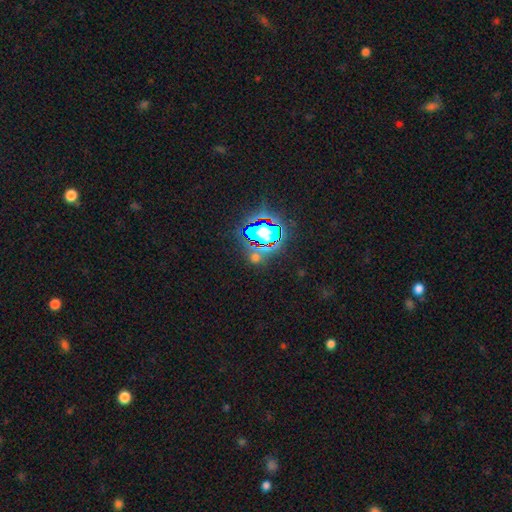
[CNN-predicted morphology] A star or artifact, not a galaxy (71%).

Vote fractions:
- Smooth or featured? star or artifact: 71% / smooth: 19% / featured or disk: 10%